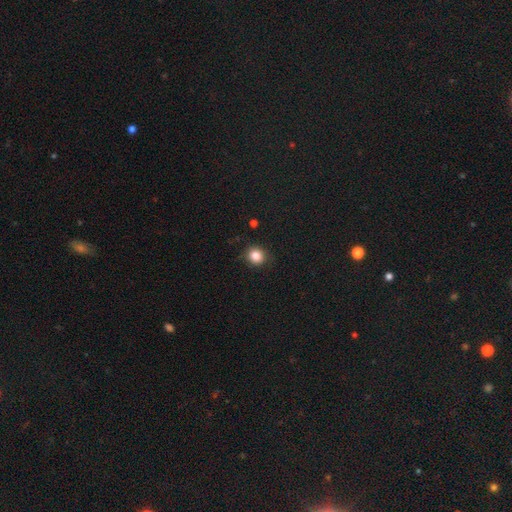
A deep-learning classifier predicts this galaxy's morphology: Smooth or featured?
  - smooth: 84% *
  - star or artifact: 11%
  - featured or disk: 5%
How rounded?
  - round: 84% *
  - in between: 15%
  - cigar-shaped: 1%
Merging?
  - none: 85% *
  - minor disturbance: 11%
  - major disturbance: 3%
  - merger: 1%